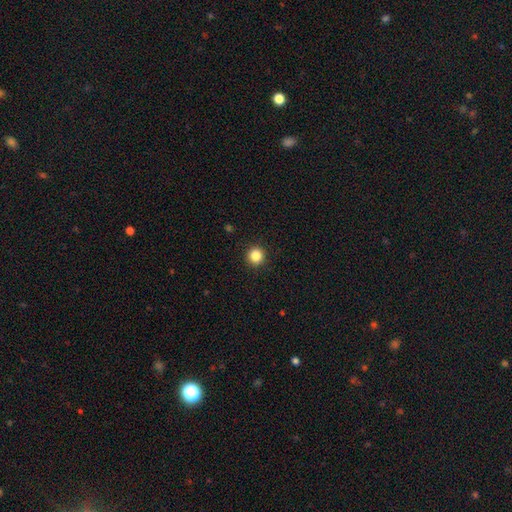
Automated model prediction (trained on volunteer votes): Q: Smooth or featured?
A: smooth (85%); runner-up: star or artifact (11%)
Q: How rounded?
A: round (94%); runner-up: in between (5%)
Q: Merging?
A: none (93%); runner-up: minor disturbance (4%)